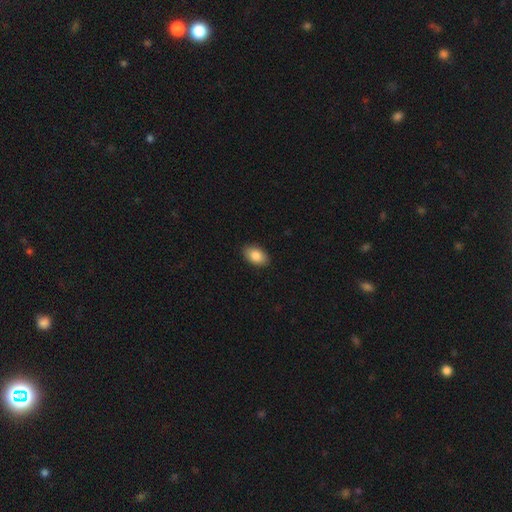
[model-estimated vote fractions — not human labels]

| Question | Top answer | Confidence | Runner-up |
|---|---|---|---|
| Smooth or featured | smooth | 87% | star or artifact (7%) |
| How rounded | in between | 91% | round (8%) |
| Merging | none | 89% | minor disturbance (8%) |